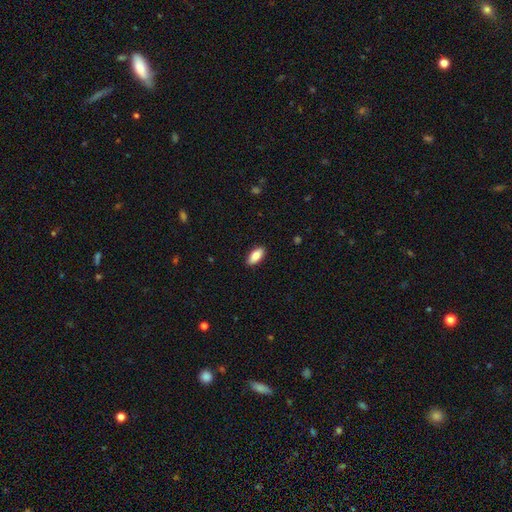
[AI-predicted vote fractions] A smooth galaxy with no disk features (85%) that is in between round and cigar-shaped (89%).

Vote fractions:
- Smooth or featured? smooth: 85% / featured or disk: 9% / star or artifact: 6%
- How rounded? in between: 89% / cigar-shaped: 9% / round: 2%
- Merging? none: 90% / minor disturbance: 8% / major disturbance: 2% / merger: 1%